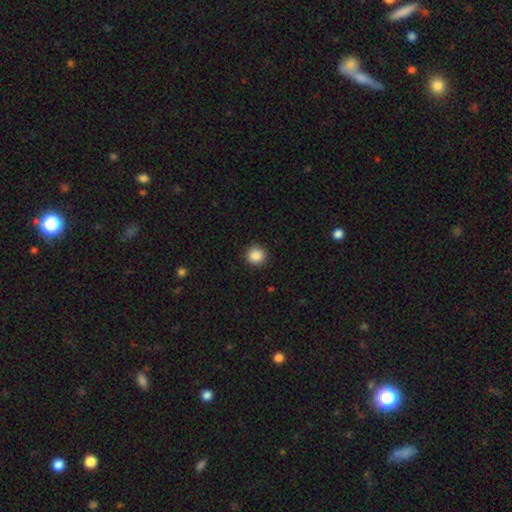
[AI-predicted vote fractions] A smooth galaxy with no disk features (87%) that is round (93%).

Vote fractions:
- Smooth or featured? smooth: 87% / star or artifact: 10% / featured or disk: 3%
- How rounded? round: 93% / in between: 6% / cigar-shaped: 1%
- Merging? none: 92% / minor disturbance: 6% / major disturbance: 2% / merger: 1%